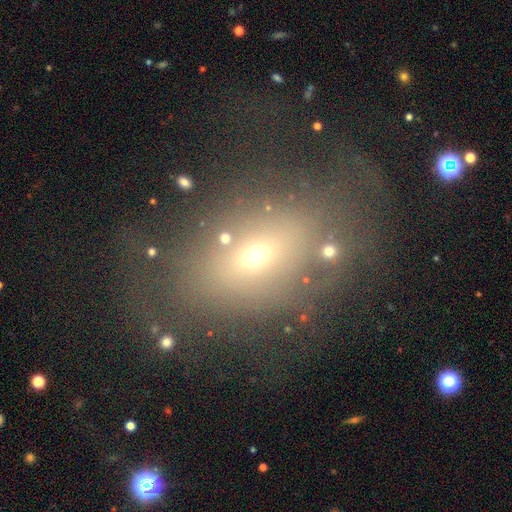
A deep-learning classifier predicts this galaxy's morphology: type=smooth (57%); roundness=in between (69%); merging=none (64%).